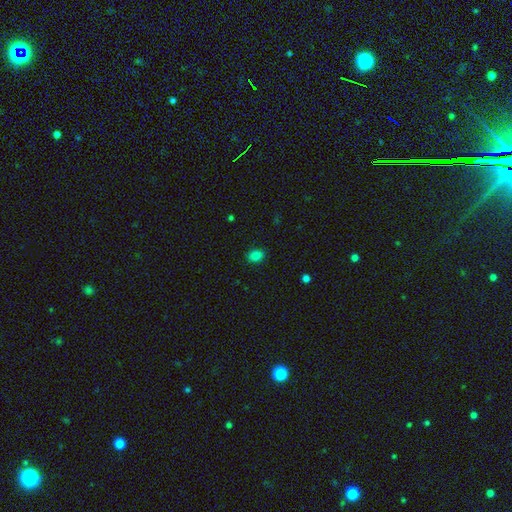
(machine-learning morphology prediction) Smooth or featured?
  - smooth: 84% *
  - star or artifact: 12%
  - featured or disk: 4%
How rounded?
  - in between: 70% *
  - round: 29%
  - cigar-shaped: 1%
Merging?
  - none: 88% *
  - minor disturbance: 9%
  - major disturbance: 2%
  - merger: 1%